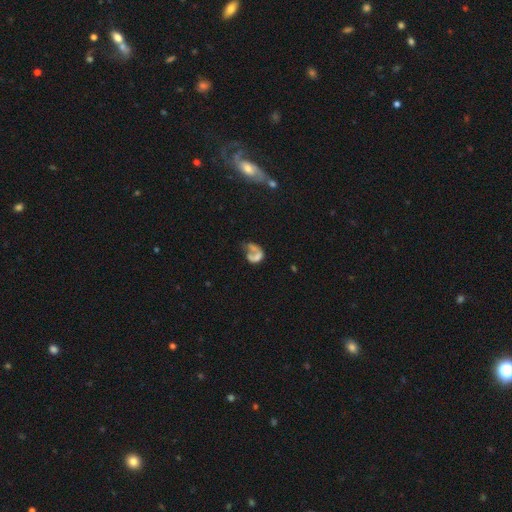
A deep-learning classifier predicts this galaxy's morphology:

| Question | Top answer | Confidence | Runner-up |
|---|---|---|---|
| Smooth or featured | featured or disk | 51% | smooth (36%) |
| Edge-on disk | no | 98% | yes (2%) |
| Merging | major disturbance | 43% | none (21%) |